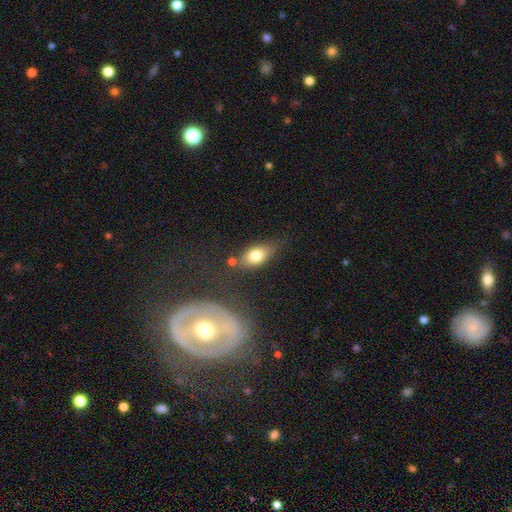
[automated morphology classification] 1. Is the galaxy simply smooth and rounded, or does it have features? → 77% smooth, 15% featured or disk, 8% star or artifact.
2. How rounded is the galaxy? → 82% in between, 12% round, 6% cigar-shaped.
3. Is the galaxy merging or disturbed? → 65% none, 20% minor disturbance, 9% merger, 6% major disturbance.